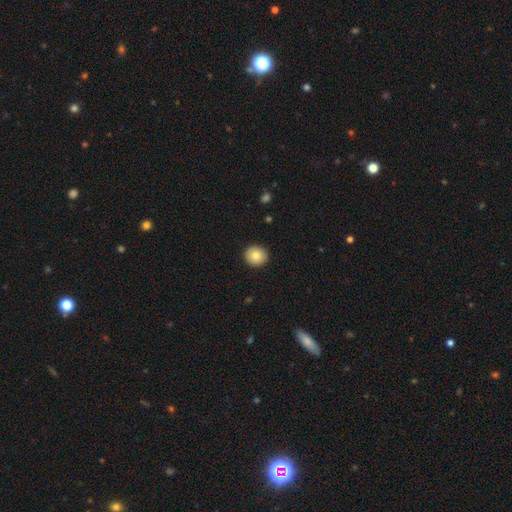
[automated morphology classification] smooth-or-featured: smooth: 82% | featured or disk: 10% | star or artifact: 8%
  how-rounded: round: 86% | in between: 13% | cigar-shaped: 1%
  merging: none: 92% | minor disturbance: 5% | major disturbance: 1% | merger: 1%